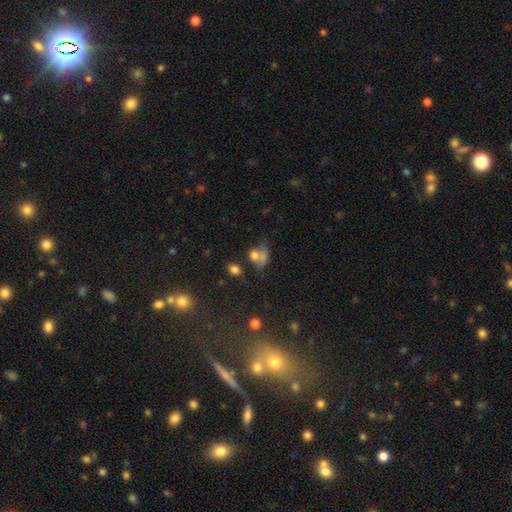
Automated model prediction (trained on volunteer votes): smooth-or-featured: smooth: 68% | featured or disk: 17% | star or artifact: 15%
  how-rounded: in between: 60% | round: 37% | cigar-shaped: 2%
  merging: merger: 39% | none: 30% | minor disturbance: 17% | major disturbance: 14%